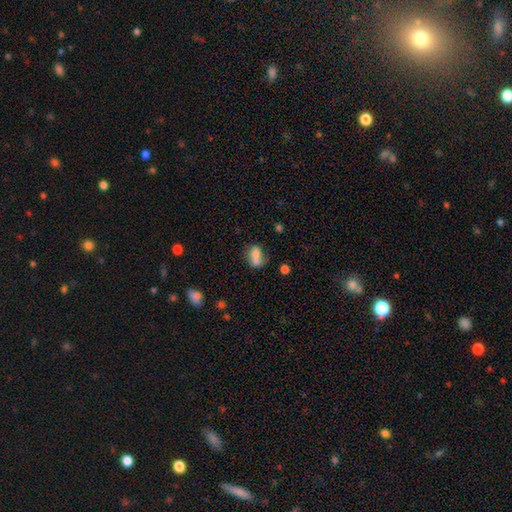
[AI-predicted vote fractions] Morphology: type=smooth (73%); roundness=in between (79%); merging=none (46%).